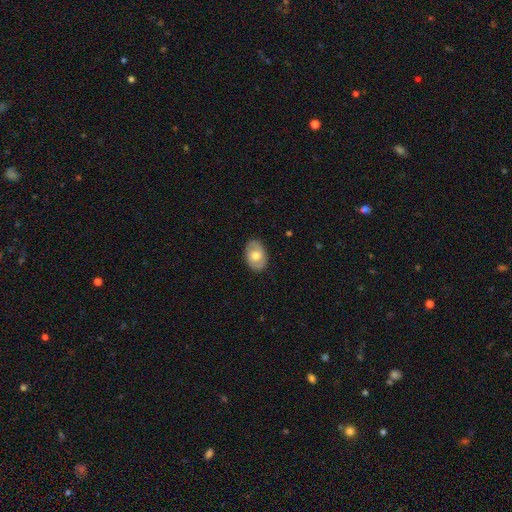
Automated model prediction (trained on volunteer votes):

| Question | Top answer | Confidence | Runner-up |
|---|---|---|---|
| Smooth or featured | smooth | 65% | featured or disk (28%) |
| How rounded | in between | 83% | round (15%) |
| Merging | none | 86% | minor disturbance (11%) |